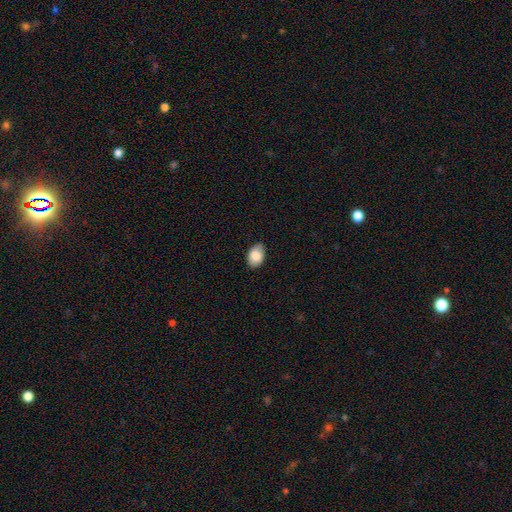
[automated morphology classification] Q: Smooth or featured?
A: smooth (85%); runner-up: featured or disk (8%)
Q: How rounded?
A: in between (87%); runner-up: round (12%)
Q: Merging?
A: none (83%); runner-up: minor disturbance (14%)